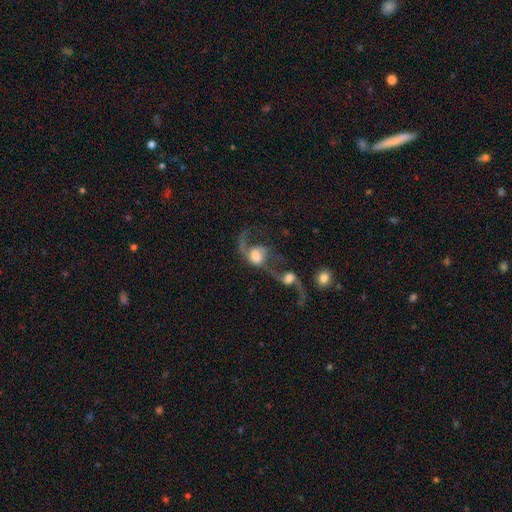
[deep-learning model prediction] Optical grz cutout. It shows a featured or disk galaxy (64%) with no bar (63%), spiral arms (78%) and a large central bulge (40%). Merging: merger (67%).